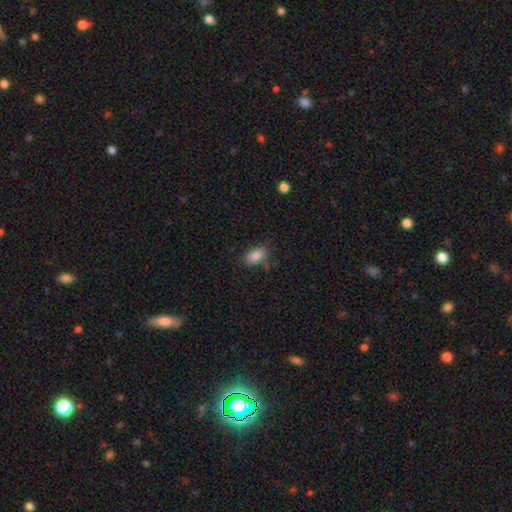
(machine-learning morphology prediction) This is clearly a smooth galaxy (87%). How rounded: clearly in between (91%). Merging: likely none (77%).